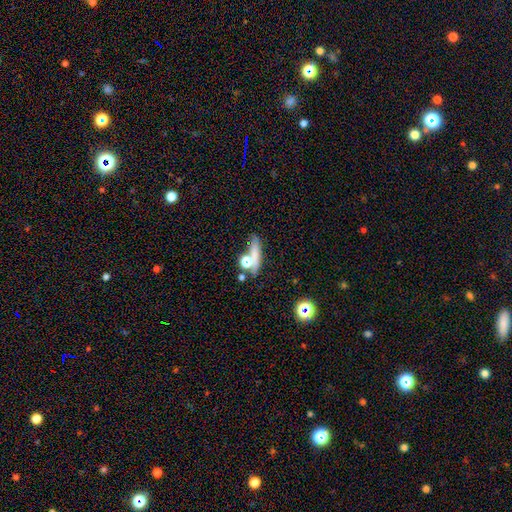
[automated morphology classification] smooth_or_featured: smooth (p=0.63) [alt: featured or disk p=0.19]
how_rounded: cigar-shaped (p=0.53) [alt: in between p=0.30]
merging: none (p=0.60) [alt: merger p=0.17]